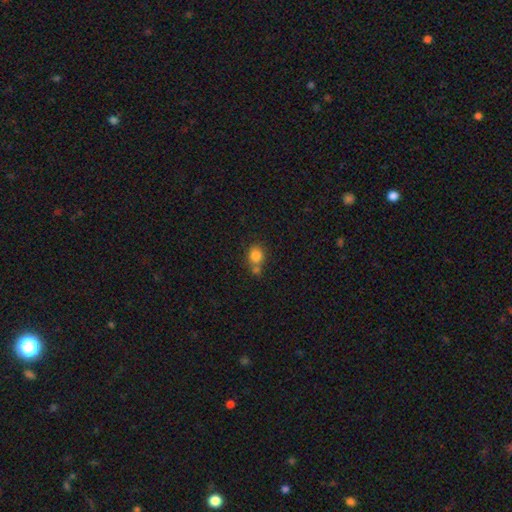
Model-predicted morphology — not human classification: This is clearly a smooth galaxy (82%). How rounded: likely round (73%). Merging: possibly none (48%).